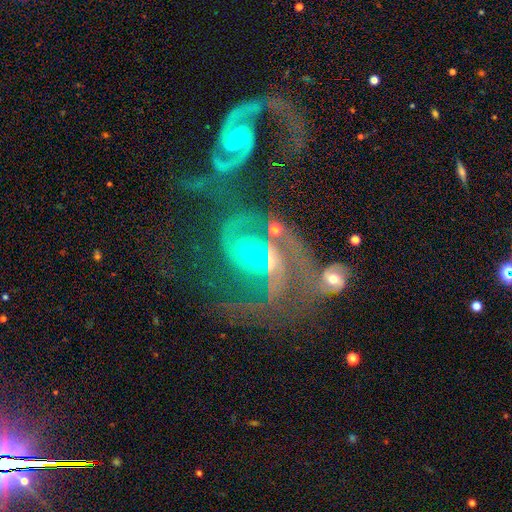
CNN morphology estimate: smooth_or_featured: featured or disk (p=0.79) [alt: star or artifact p=0.11]
disk_edge_on: no (p=0.97) [alt: yes p=0.03]
bar: no (p=0.49) [alt: weak p=0.33]
has_spiral_arms: yes (p=0.90) [alt: no p=0.10]
spiral_winding: medium (p=0.45) [alt: tight p=0.36]
spiral_arm_count: 2 (p=0.61) [alt: can't tell p=0.15]
bulge_size: small (p=0.54) [alt: moderate p=0.38]
merging: merger (p=0.38) [alt: none p=0.26]